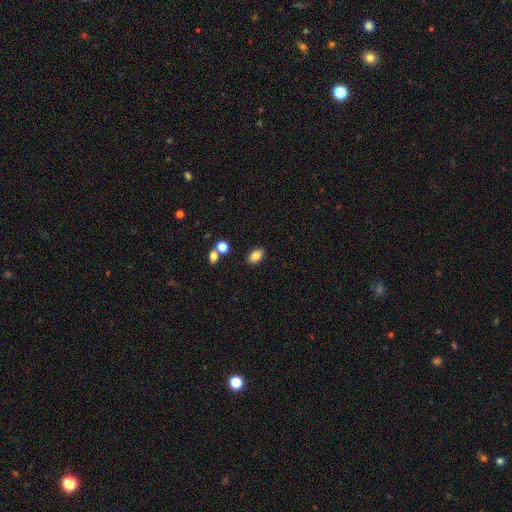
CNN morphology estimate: Smooth or featured: smooth — 83% (star or artifact — 9%)
How rounded: in between — 89% (round — 9%)
Merging: none — 85% (minor disturbance — 9%)